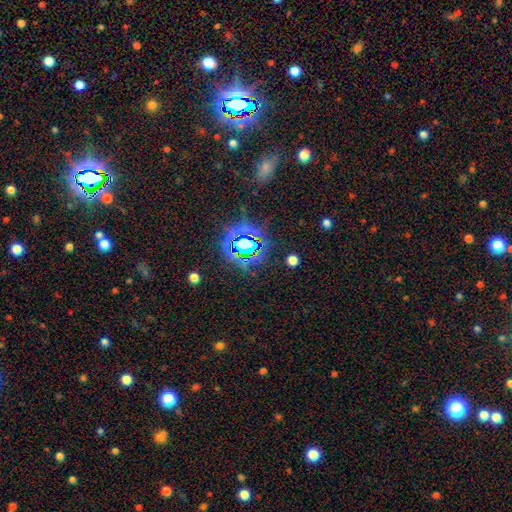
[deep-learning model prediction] smooth_or_featured: star or artifact (p=0.80) [alt: smooth p=0.14]